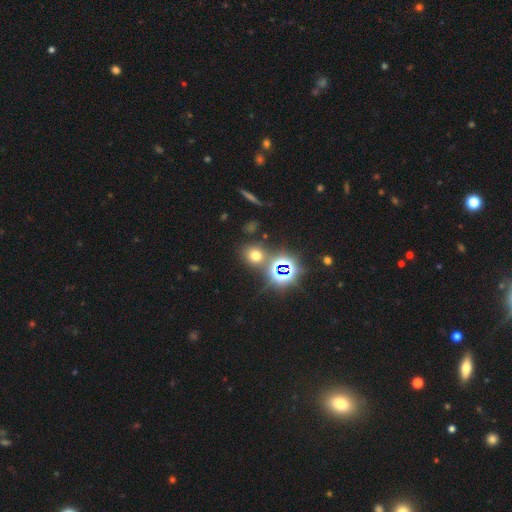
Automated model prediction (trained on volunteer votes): Smooth or featured? smooth (58%)
How rounded? round (74%)
Merging? none (77%)